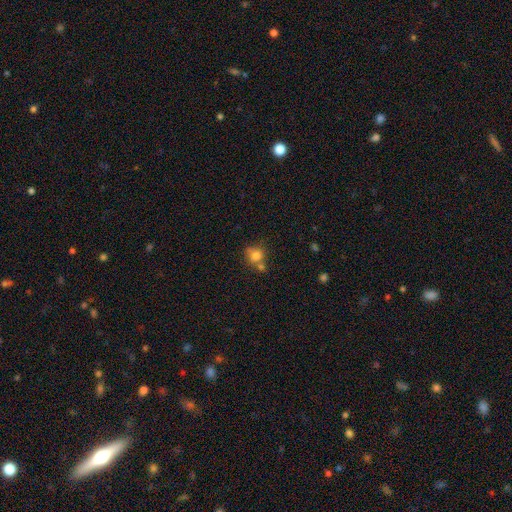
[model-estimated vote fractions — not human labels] smooth_or_featured: smooth (p=0.77) [alt: star or artifact p=0.12]
how_rounded: round (p=0.77) [alt: in between p=0.22]
merging: none (p=0.48) [alt: merger p=0.29]